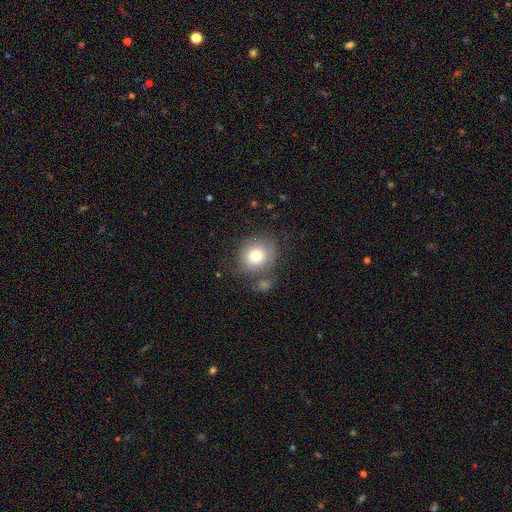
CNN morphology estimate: Smooth or featured: smooth — 76% (featured or disk — 15%)
How rounded: round — 81% (in between — 18%)
Merging: none — 65% (minor disturbance — 17%)